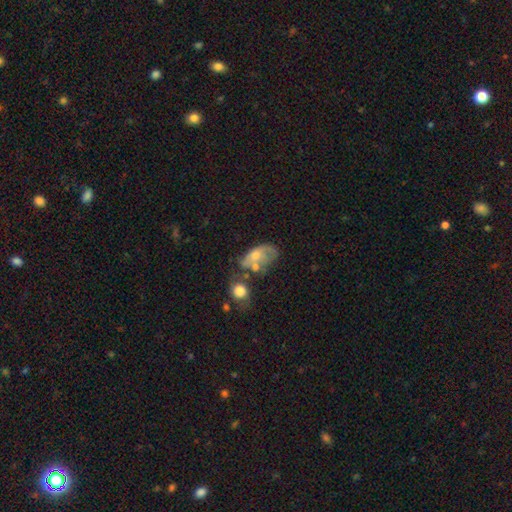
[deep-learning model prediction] The model was most divided on "merging": none: 27%, minor disturbance: 25%, major disturbance: 24%, merger: 24%. More confident: how rounded — in between (86%); smooth or featured — smooth (54%).